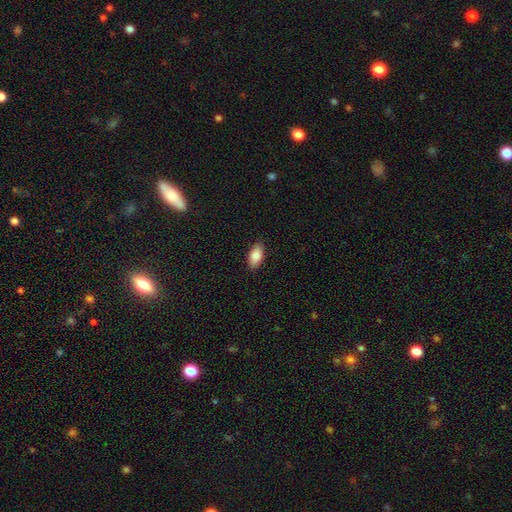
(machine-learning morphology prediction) A smooth galaxy with no disk features (85%) that is in between round and cigar-shaped (92%). Merging: none (88%).